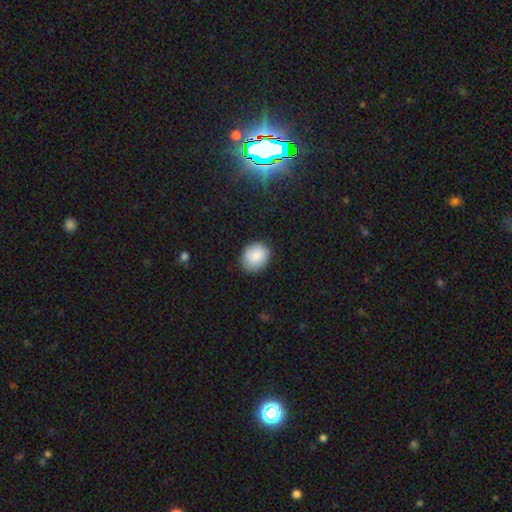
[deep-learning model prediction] A smooth galaxy with no disk features (86%) that is round (67%). Merging: none (85%).